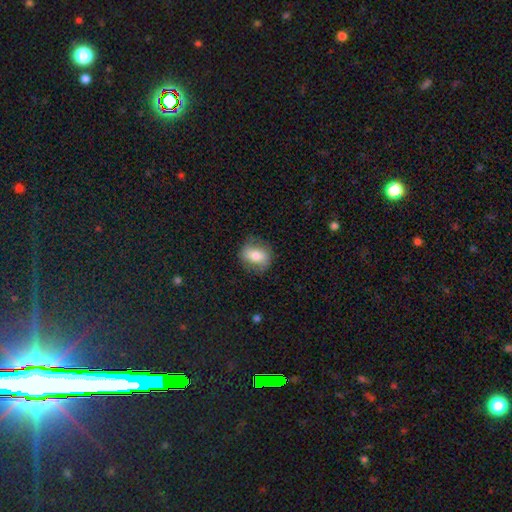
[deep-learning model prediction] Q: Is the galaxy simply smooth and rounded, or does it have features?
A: smooth — 73%.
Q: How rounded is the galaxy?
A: in between — 61%.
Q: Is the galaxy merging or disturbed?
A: none — 74%.